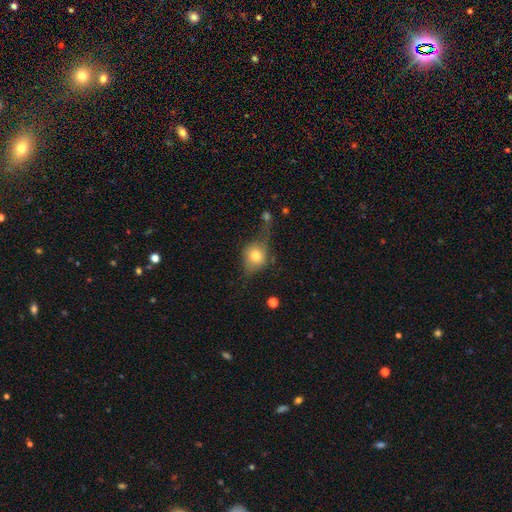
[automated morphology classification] A smooth galaxy with no disk features (67%) that is round (61%).

Vote fractions:
- Smooth or featured? smooth: 67% / featured or disk: 23% / star or artifact: 10%
- How rounded? round: 61% / in between: 37% / cigar-shaped: 2%
- Merging? none: 38% / minor disturbance: 28% / major disturbance: 27% / merger: 7%